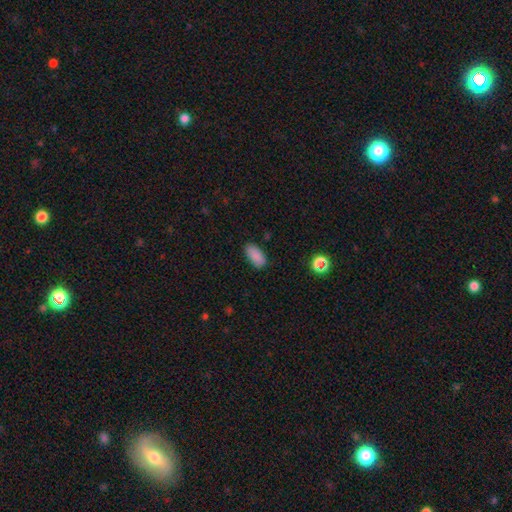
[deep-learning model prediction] The model was most divided on "merging": none: 86%, minor disturbance: 10%, major disturbance: 2%, merger: 1%. More confident: how rounded — in between (91%); smooth or featured — smooth (88%).